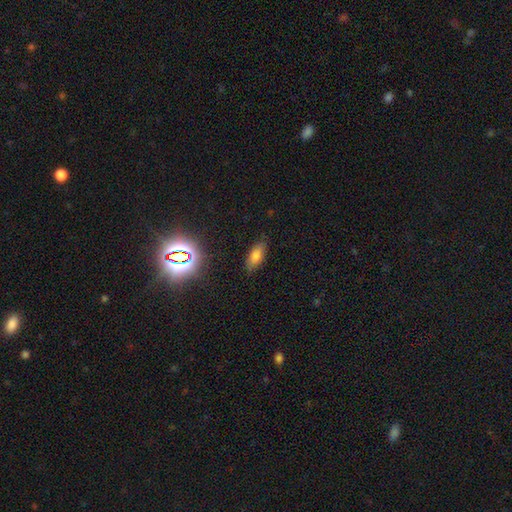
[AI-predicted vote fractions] Smooth or featured: smooth — 73% (star or artifact — 16%)
How rounded: in between — 82% (cigar-shaped — 14%)
Merging: none — 84% (minor disturbance — 12%)